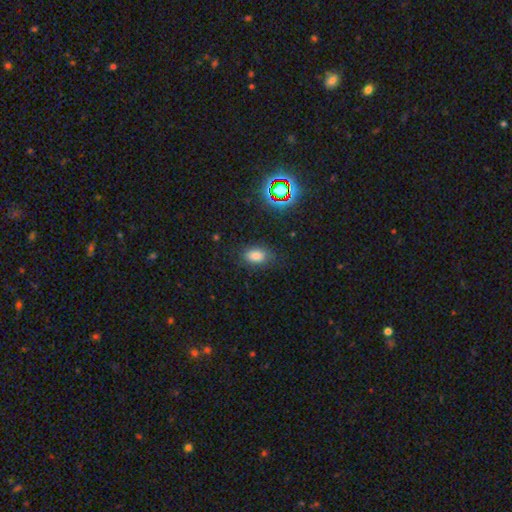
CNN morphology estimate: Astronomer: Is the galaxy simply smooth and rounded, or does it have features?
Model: smooth — 78%.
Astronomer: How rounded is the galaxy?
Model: in between — 86%.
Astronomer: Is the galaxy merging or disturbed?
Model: none — 78%.